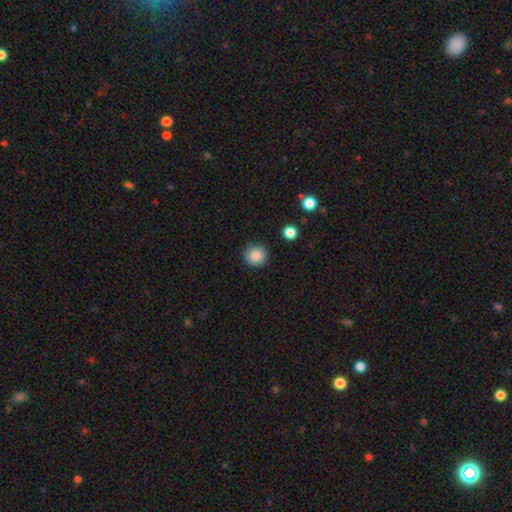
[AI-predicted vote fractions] A smooth galaxy with no disk features (87%) that is round (92%). Merging: none (89%).